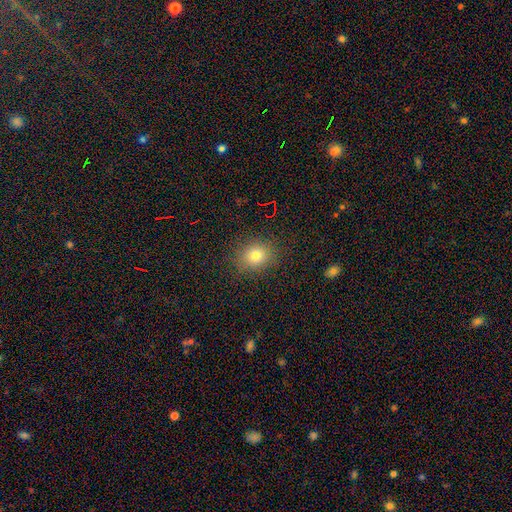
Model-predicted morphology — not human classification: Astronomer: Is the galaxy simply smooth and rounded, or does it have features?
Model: smooth — 76%.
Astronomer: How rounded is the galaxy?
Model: round — 72%.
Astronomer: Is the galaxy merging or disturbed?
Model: none — 87%.